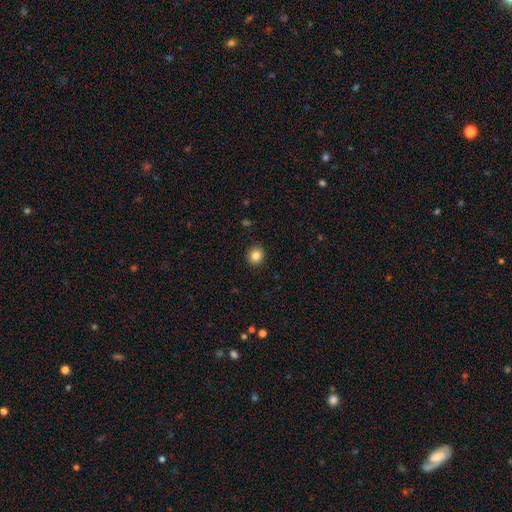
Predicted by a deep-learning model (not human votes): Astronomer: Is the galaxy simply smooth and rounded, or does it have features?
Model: smooth — 84%.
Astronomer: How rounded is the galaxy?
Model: round — 87%.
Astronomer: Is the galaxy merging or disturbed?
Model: none — 92%.